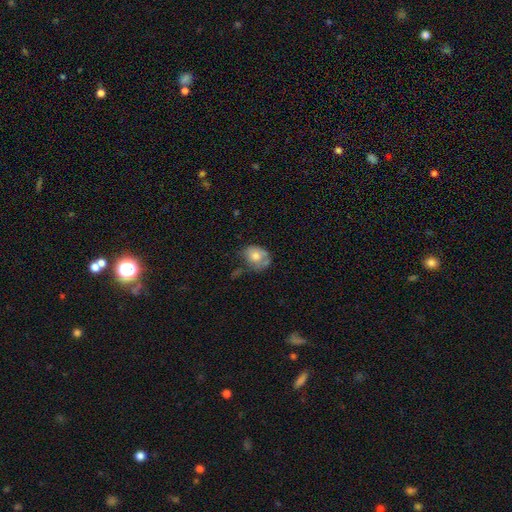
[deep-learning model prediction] Q: Smooth or featured?
A: smooth (65%); runner-up: featured or disk (27%)
Q: How rounded?
A: in between (59%); runner-up: round (40%)
Q: Merging?
A: none (40%); runner-up: minor disturbance (33%)